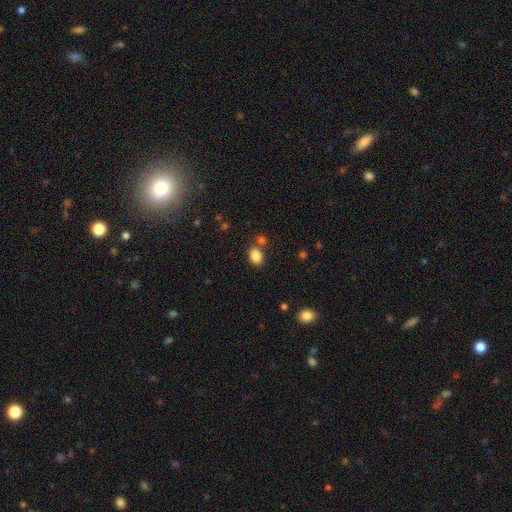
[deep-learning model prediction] Smooth or featured? smooth (86%)
How rounded? in between (75%)
Merging? none (69%)